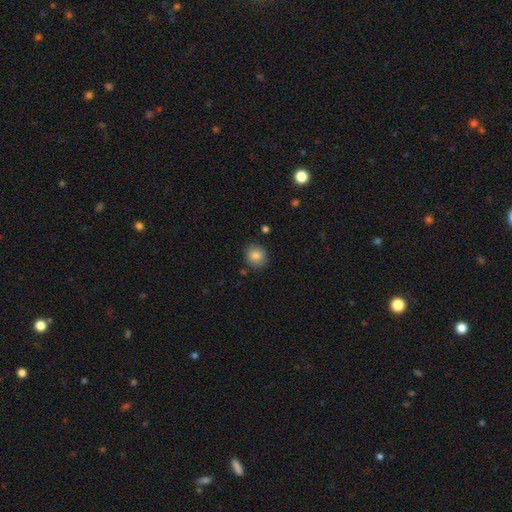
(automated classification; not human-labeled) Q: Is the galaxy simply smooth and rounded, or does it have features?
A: smooth — 84%.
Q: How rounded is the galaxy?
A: round — 87%.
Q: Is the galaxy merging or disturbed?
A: none — 85%.